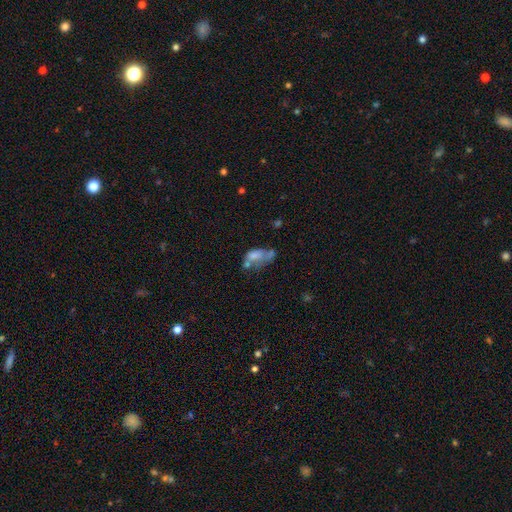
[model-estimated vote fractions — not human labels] The model was most divided on "merging": merger: 35%, major disturbance: 25%, none: 21%, minor disturbance: 18%. More confident: how rounded — in between (88%); smooth or featured — smooth (56%).